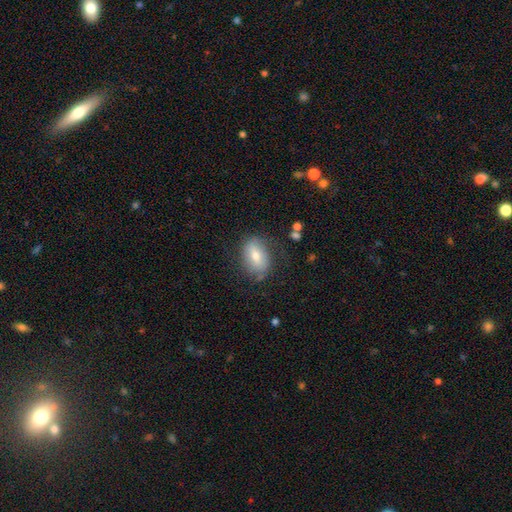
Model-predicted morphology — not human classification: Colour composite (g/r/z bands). It shows a smooth galaxy with no disk features (66%) that is in between round and cigar-shaped (83%). Merging: none (70%).